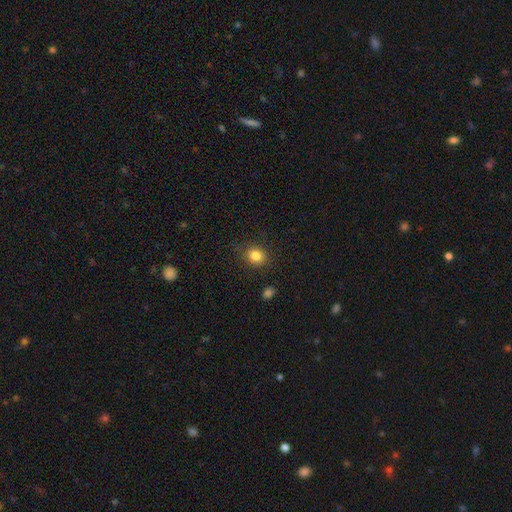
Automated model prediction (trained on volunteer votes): This appears to be a smooth galaxy with no disk features (84%) that is round (71%). Merging: none (86%).